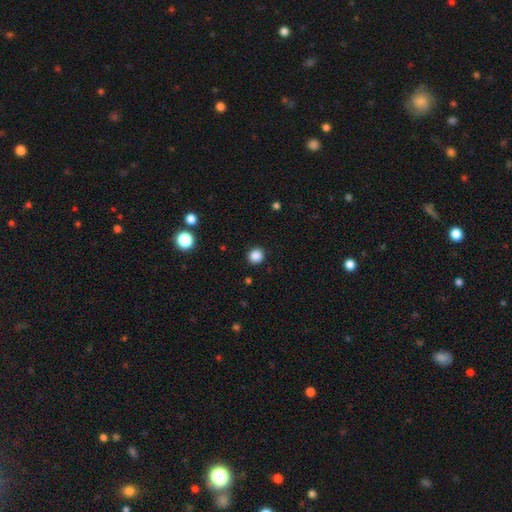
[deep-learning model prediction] Morphology: type=smooth (86%); roundness=round (92%); merging=none (91%).